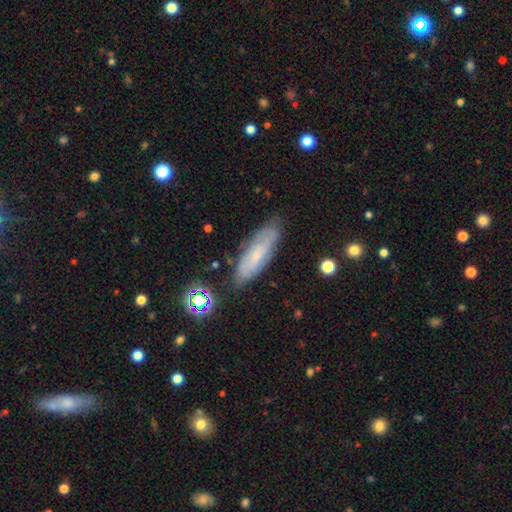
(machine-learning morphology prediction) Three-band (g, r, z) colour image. It shows a smooth galaxy with no disk features (49%). Merging: none (78%).